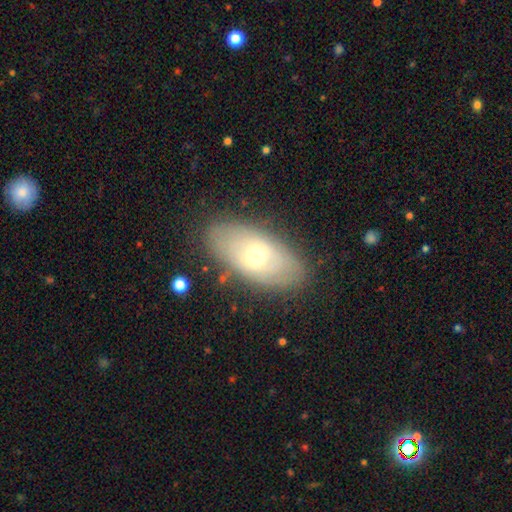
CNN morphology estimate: Overall: smooth (46%, tied with featured or disk). Merging: none (82%).